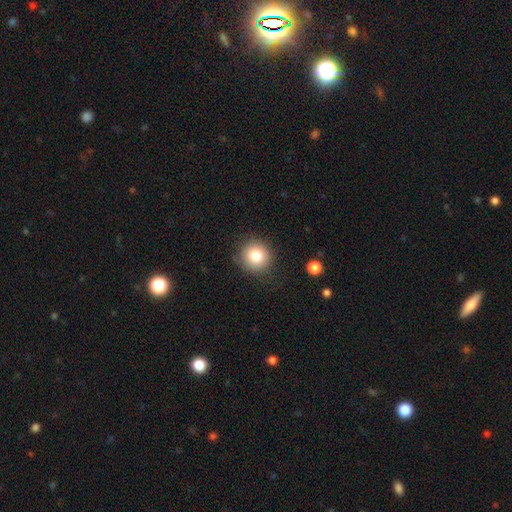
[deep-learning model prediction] This is clearly a smooth galaxy (82%). How rounded: clearly round (92%). Merging: clearly none (87%).